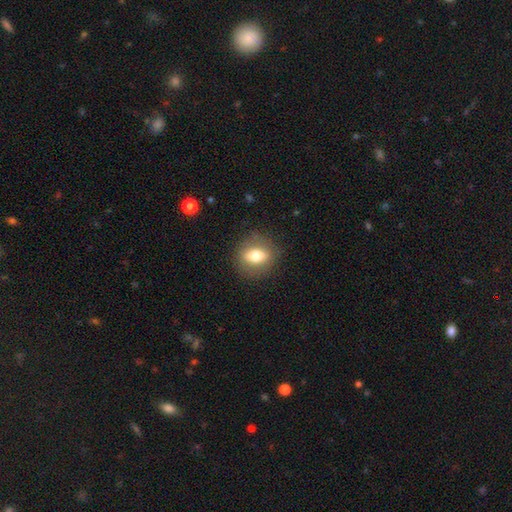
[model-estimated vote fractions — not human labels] smooth-or-featured: smooth: 68% | featured or disk: 24% | star or artifact: 9%
  how-rounded: in between: 51% | round: 45% | cigar-shaped: 4%
  merging: none: 84% | minor disturbance: 11% | major disturbance: 4% | merger: 1%